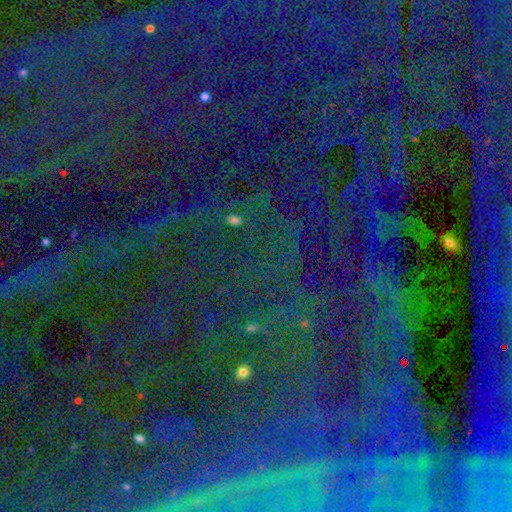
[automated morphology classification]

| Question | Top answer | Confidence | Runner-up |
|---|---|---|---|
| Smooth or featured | star or artifact | 84% | smooth (8%) |